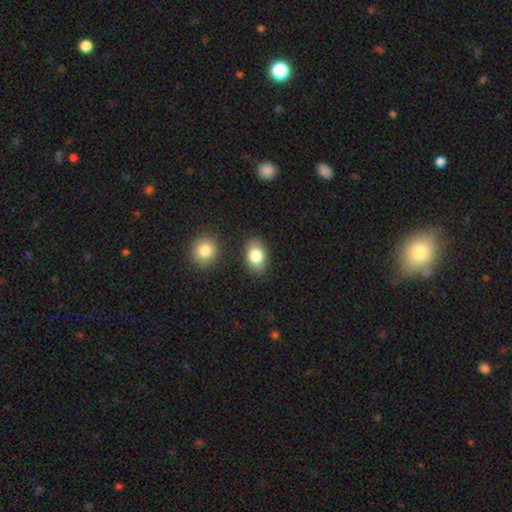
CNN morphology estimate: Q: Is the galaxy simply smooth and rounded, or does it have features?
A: smooth — 81%.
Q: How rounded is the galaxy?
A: in between — 84%.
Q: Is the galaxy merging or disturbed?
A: none — 84%.